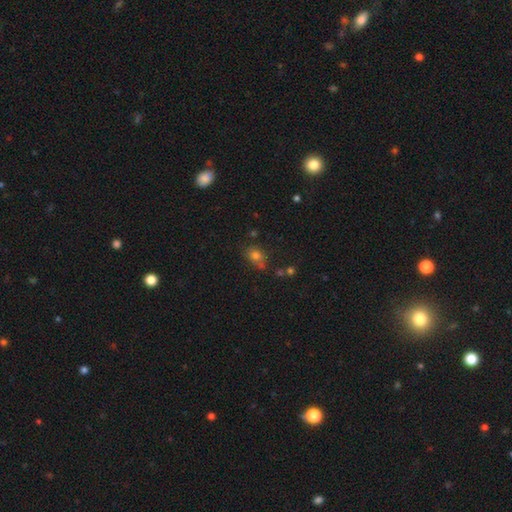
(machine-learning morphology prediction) A smooth galaxy with no disk features (73%) that is round (50%). Merging: none (62%).